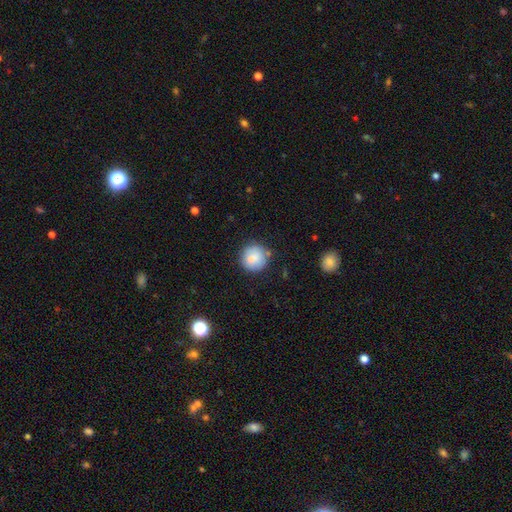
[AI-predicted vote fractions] Smooth or featured? smooth (81%)
How rounded? round (93%)
Merging? none (79%)